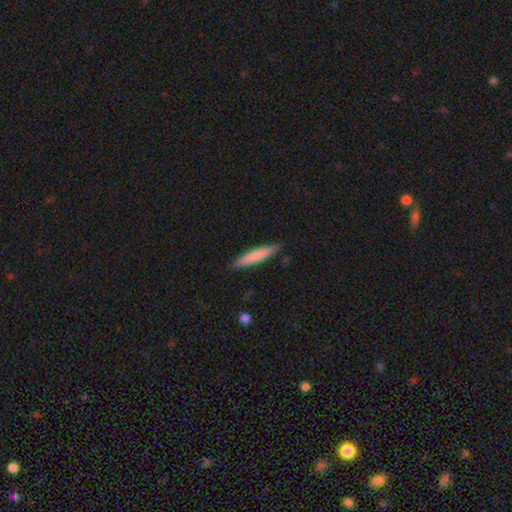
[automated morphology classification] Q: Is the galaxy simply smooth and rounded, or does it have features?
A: smooth — 75%.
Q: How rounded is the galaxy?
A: cigar-shaped — 90%.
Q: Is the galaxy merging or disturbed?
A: none — 86%.